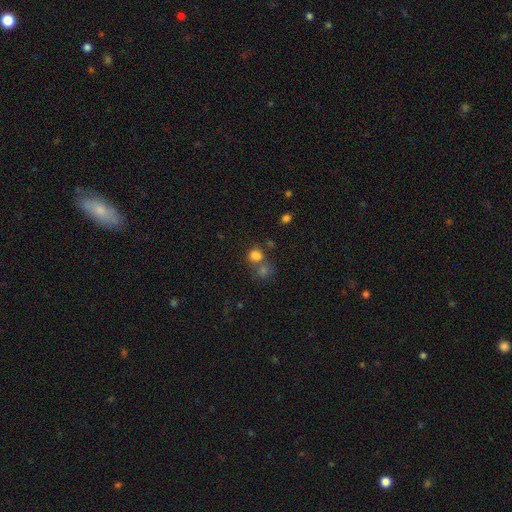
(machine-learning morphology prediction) Smooth or featured? smooth (77%)
How rounded? round (72%)
Merging? none (51%)